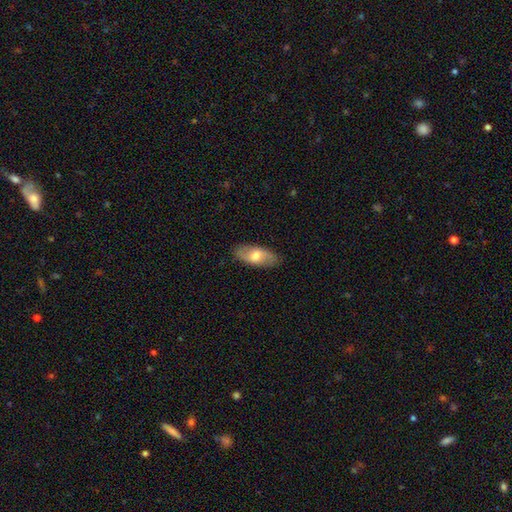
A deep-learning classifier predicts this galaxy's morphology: Smooth or featured: smooth — 54% (featured or disk — 40%)
How rounded: in between — 87% (cigar-shaped — 9%)
Merging: none — 86% (minor disturbance — 11%)